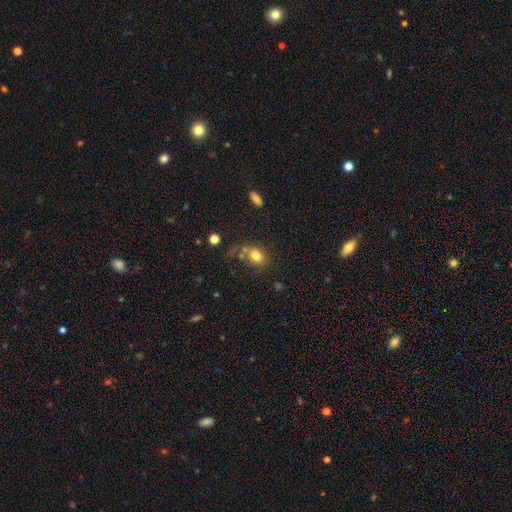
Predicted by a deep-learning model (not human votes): Morphology: type=smooth (78%); roundness=in between (57%); merging=none (60%).